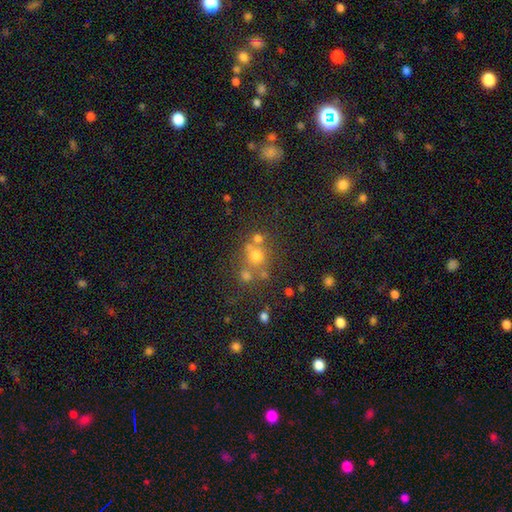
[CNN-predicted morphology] Smooth or featured? smooth (57%)
How rounded? round (84%)
Merging? none (55%)